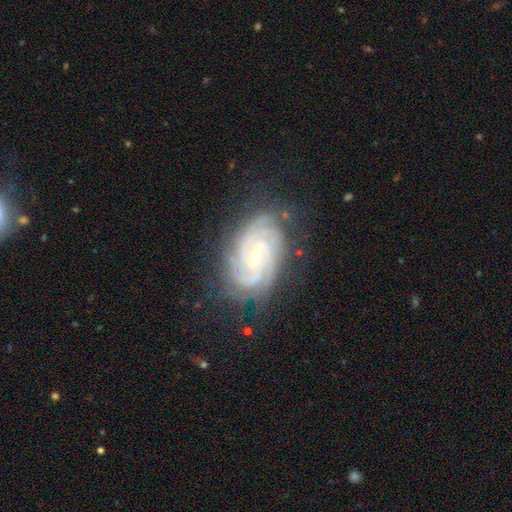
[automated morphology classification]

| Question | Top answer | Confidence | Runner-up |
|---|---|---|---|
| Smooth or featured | featured or disk | 89% | star or artifact (6%) |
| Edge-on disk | no | 97% | yes (3%) |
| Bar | weak | 49% | no (30%) |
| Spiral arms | yes | 98% | no (2%) |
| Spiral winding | tight | 75% | medium (22%) |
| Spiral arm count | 4 | 25% | 3 (23%) |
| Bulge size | small | 67% | moderate (30%) |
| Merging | none | 79% | minor disturbance (16%) |